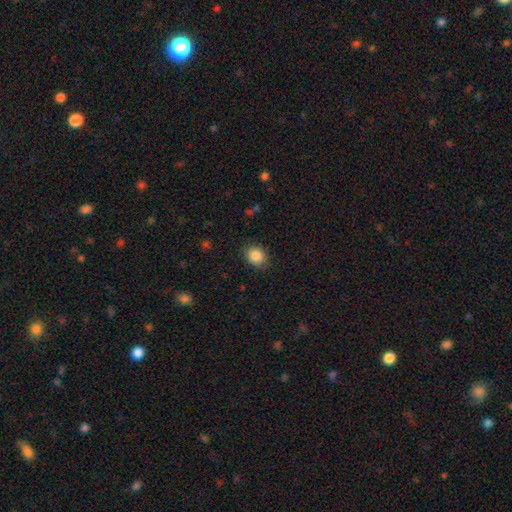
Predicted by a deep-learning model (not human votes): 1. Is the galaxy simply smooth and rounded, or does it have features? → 87% smooth, 9% star or artifact, 5% featured or disk.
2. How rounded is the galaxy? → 60% round, 40% in between, 1% cigar-shaped.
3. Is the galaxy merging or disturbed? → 84% none, 12% minor disturbance, 3% major disturbance, 1% merger.